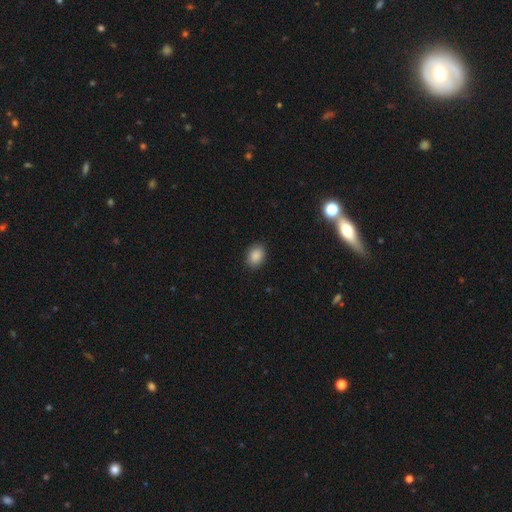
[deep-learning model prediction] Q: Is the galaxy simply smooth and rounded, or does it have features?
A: smooth — 88%.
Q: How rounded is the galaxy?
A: in between — 70%.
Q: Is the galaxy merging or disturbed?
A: none — 87%.